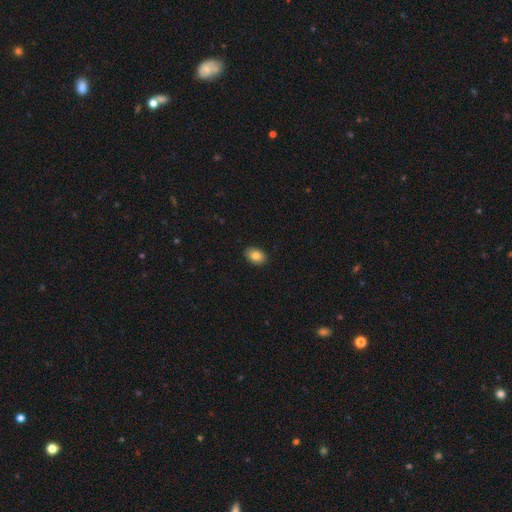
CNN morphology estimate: smooth_or_featured: smooth (p=0.84) [alt: featured or disk p=0.08]
how_rounded: in between (p=0.83) [alt: round p=0.16]
merging: none (p=0.90) [alt: minor disturbance p=0.07]